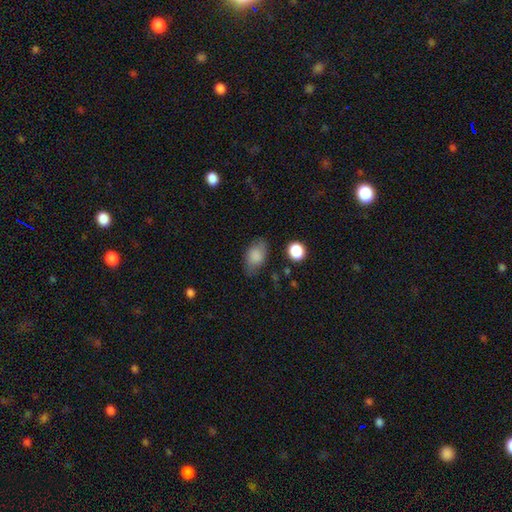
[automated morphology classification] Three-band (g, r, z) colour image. It shows a smooth galaxy with no disk features (83%) that is in between round and cigar-shaped (86%). Merging: none (70%).